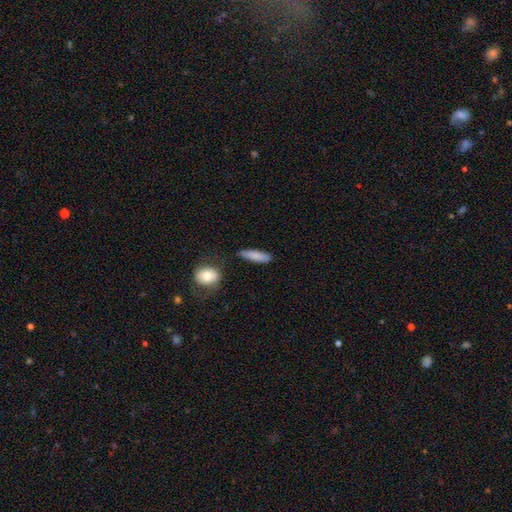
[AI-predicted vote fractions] smooth_or_featured: smooth (p=0.83) [alt: featured or disk p=0.10]
how_rounded: cigar-shaped (p=0.63) [alt: in between p=0.34]
merging: none (p=0.77) [alt: minor disturbance p=0.15]